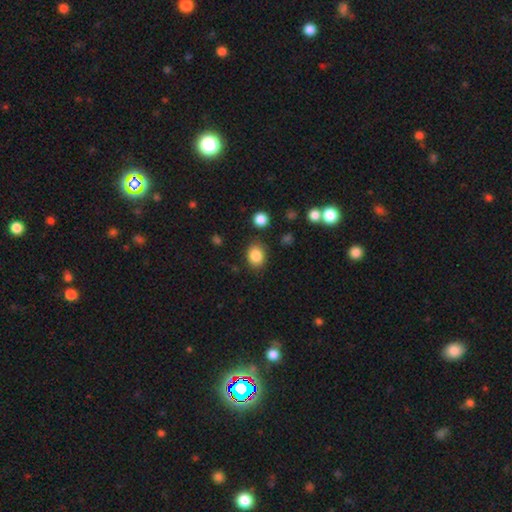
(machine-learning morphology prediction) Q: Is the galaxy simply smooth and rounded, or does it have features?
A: smooth — 85%.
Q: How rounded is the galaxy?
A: round — 52%.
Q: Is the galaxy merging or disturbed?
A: none — 83%.